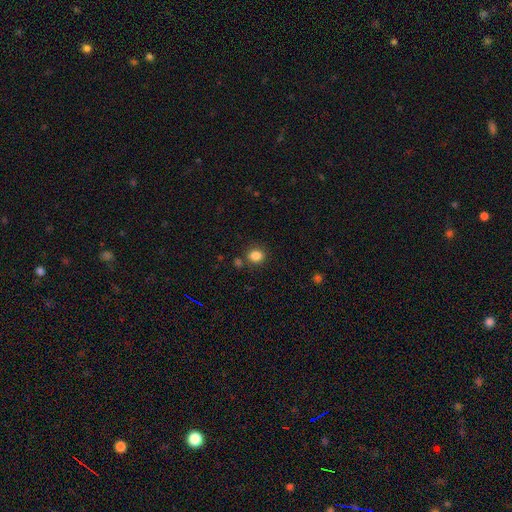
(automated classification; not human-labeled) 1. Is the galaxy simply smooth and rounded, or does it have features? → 85% smooth, 11% star or artifact, 4% featured or disk.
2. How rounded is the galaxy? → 70% round, 29% in between, 1% cigar-shaped.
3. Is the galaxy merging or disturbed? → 80% none, 10% minor disturbance, 7% merger, 3% major disturbance.